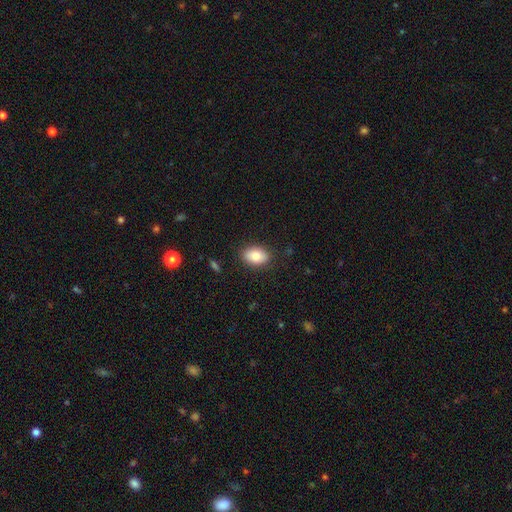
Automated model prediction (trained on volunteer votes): Overall: smooth (83%). How rounded: in between (85%). Merging: none (86%).